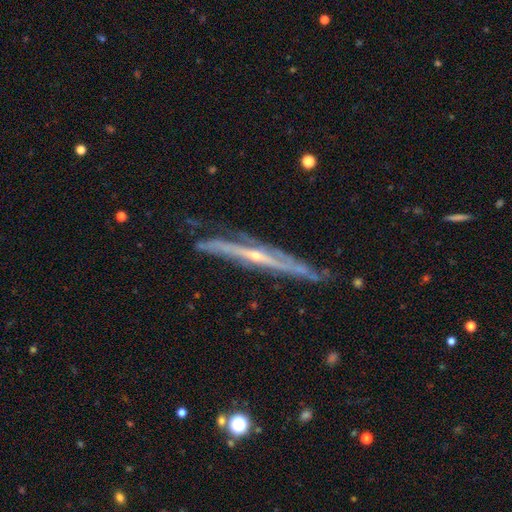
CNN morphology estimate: This appears to be a featured or disk galaxy (84%) viewed edge-on (87%) with a rounded central bulge (65%). Merging: none (67%).